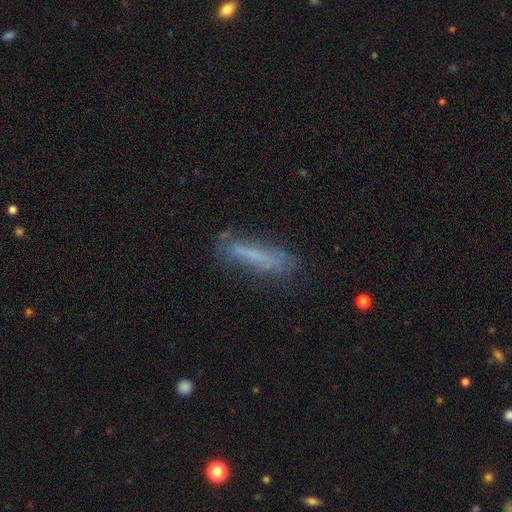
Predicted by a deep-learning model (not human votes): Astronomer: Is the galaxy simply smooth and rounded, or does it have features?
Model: smooth — 52% (runner-up: featured or disk, 37%).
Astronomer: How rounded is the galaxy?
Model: cigar-shaped — 76%.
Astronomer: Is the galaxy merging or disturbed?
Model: none — 66%.